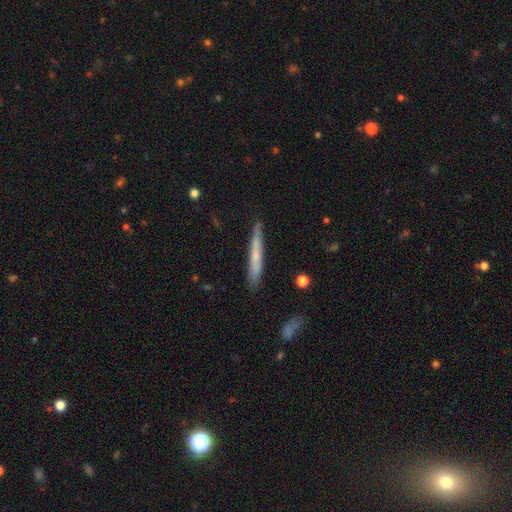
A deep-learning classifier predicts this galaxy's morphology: A smooth galaxy with no disk features (57%) that is cigar-shaped (96%).

Vote fractions:
- Smooth or featured? smooth: 57% / featured or disk: 37% / star or artifact: 6%
- How rounded? cigar-shaped: 96% / in between: 3% / round: 1%
- Merging? none: 86% / minor disturbance: 10% / major disturbance: 2% / merger: 2%